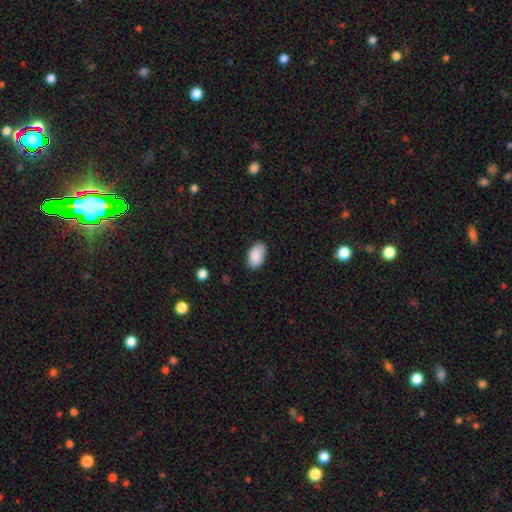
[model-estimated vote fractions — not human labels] Smooth or featured? smooth (89%)
How rounded? in between (95%)
Merging? none (83%)